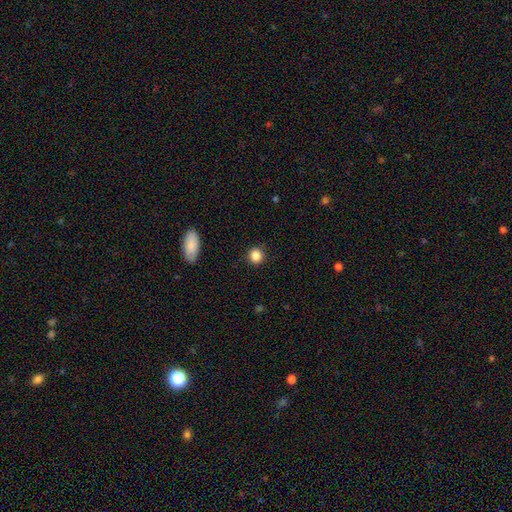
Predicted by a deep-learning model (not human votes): Smooth or featured?
  - smooth: 86% *
  - star or artifact: 10%
  - featured or disk: 4%
How rounded?
  - round: 89% *
  - in between: 9%
  - cigar-shaped: 1%
Merging?
  - none: 89% *
  - minor disturbance: 7%
  - major disturbance: 2%
  - merger: 1%